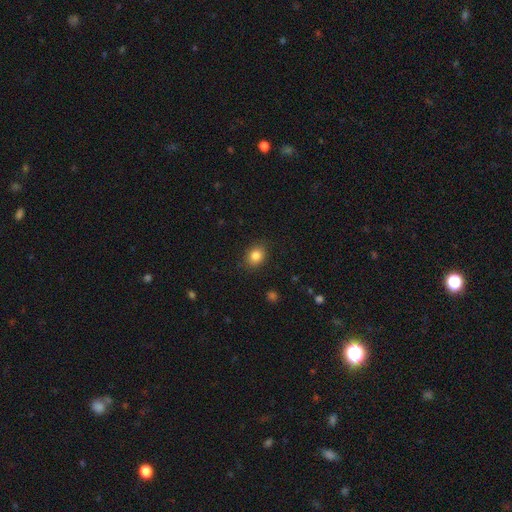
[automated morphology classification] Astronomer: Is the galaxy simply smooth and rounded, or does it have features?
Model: smooth — 85%.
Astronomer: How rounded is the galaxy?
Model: in between — 52% (runner-up: round, 47%).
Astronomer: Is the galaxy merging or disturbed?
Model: none — 86%.